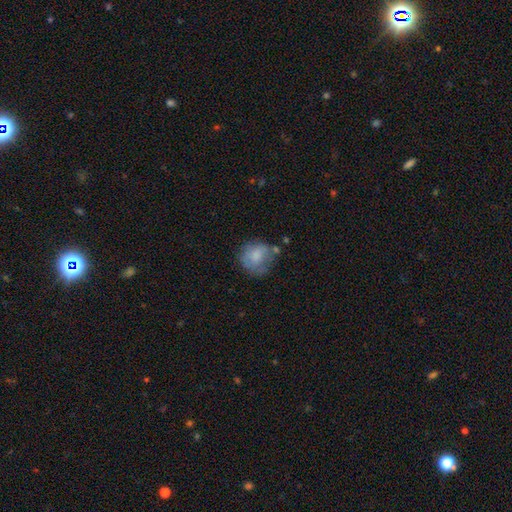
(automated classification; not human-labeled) Morphology: type=smooth (70%); roundness=round (76%); merging=none (51%).